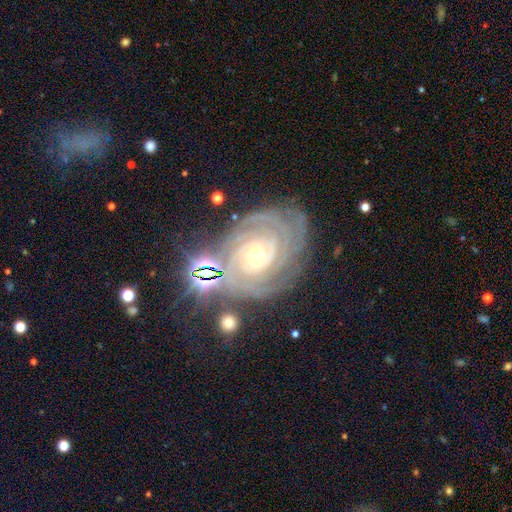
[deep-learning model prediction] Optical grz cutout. It shows a featured or disk galaxy (88%) with no bar (70%), 3 (24%) tight (82%) spiral arms (98%) and a small central bulge (63%). Merging: none (72%).